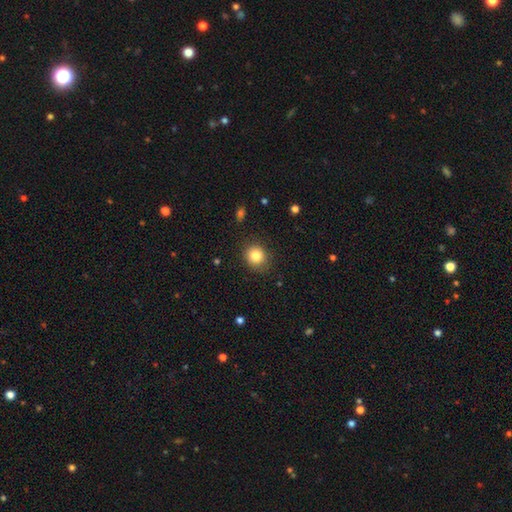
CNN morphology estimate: The model was most divided on "how rounded": round: 82%, in between: 17%, cigar-shaped: 1%. More confident: merging — none (86%); smooth or featured — smooth (82%).